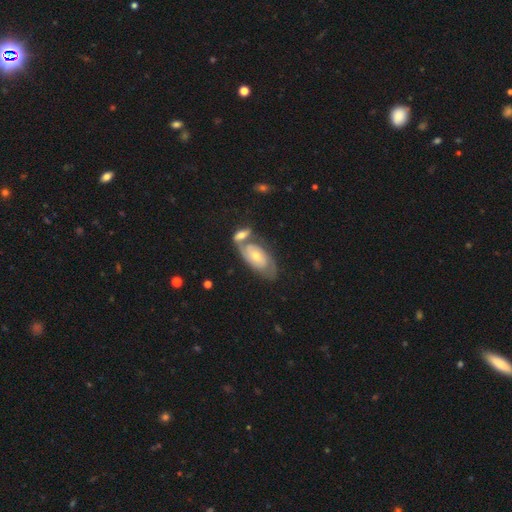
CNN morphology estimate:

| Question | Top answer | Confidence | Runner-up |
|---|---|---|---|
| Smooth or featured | featured or disk | 65% | smooth (28%) |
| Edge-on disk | no | 91% | yes (9%) |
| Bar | no | 77% | weak (19%) |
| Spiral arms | yes | 77% | no (23%) |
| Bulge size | moderate | 52% | small (43%) |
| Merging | none | 40% | merger (38%) |